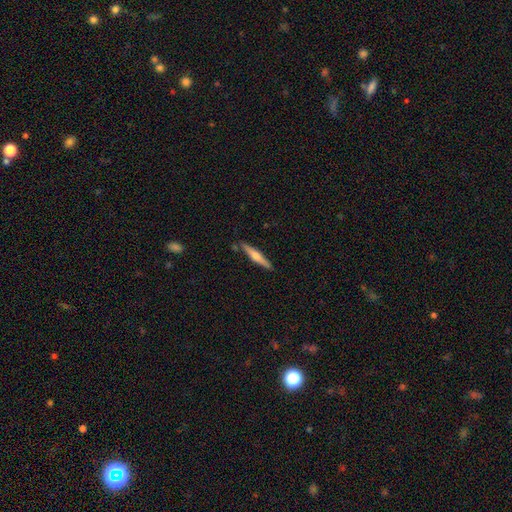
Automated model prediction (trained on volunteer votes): Smooth or featured? Predicted: featured or disk (p=0.59). Edge-on disk? Predicted: yes (p=0.97). Edge-on bulge? Predicted: rounded (p=0.83). Merging? Predicted: none (p=0.87).